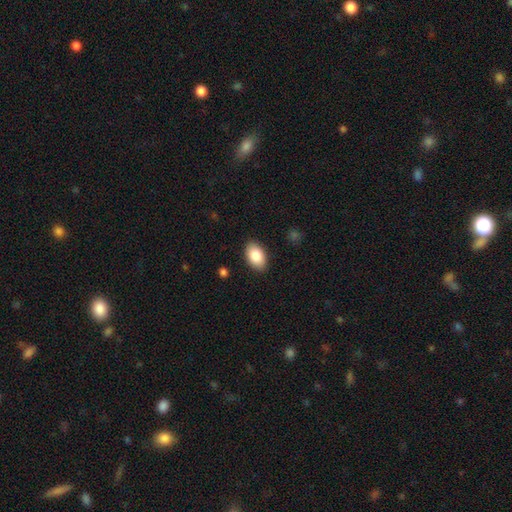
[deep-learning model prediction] A smooth galaxy with no disk features (86%) that is in between round and cigar-shaped (93%). Merging: none (88%).